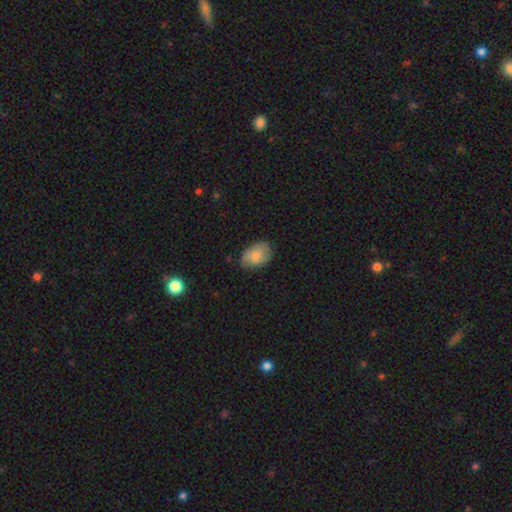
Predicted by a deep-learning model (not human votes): The model was most divided on "merging": none: 73%, minor disturbance: 22%, major disturbance: 4%, merger: 1%. More confident: how rounded — in between (87%); smooth or featured — smooth (79%).